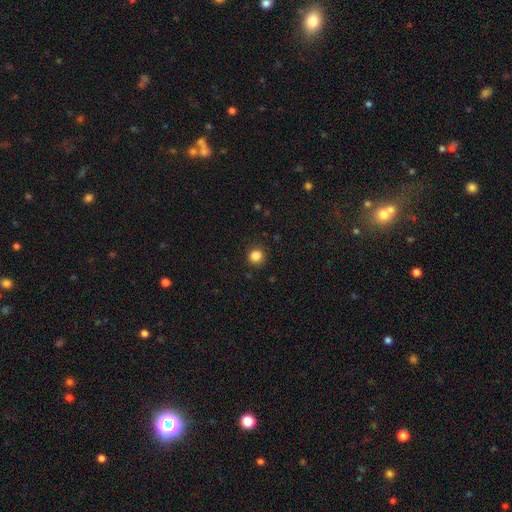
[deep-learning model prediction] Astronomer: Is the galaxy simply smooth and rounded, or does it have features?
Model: smooth — 85%.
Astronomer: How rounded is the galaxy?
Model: round — 93%.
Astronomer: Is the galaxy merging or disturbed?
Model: none — 90%.